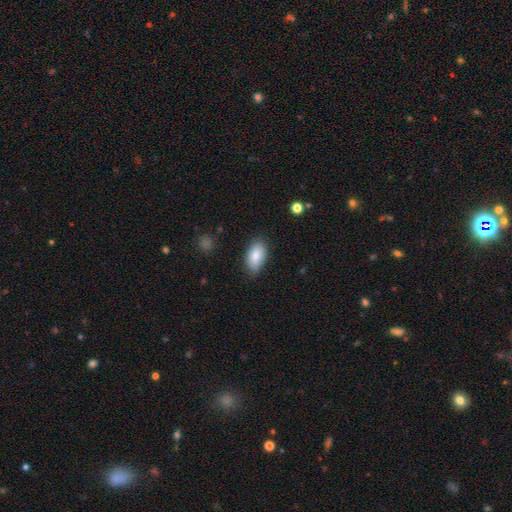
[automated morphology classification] Smooth or featured? smooth (84%)
How rounded? in between (93%)
Merging? none (81%)